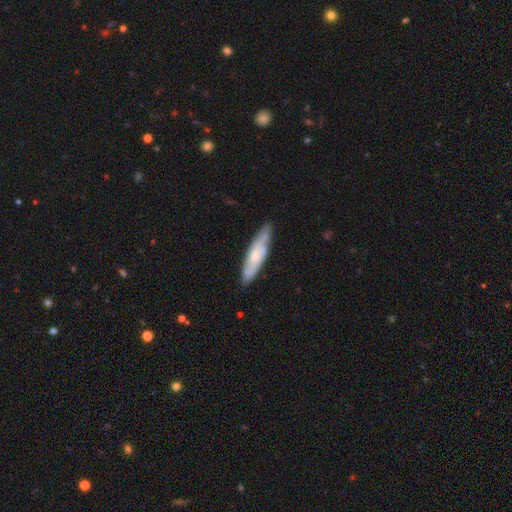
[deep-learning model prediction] Smooth or featured? featured or disk (51%)
Edge-on disk? no (57%)
Merging? none (77%)